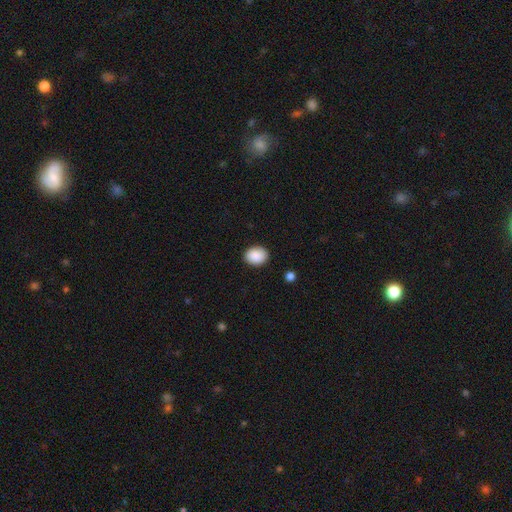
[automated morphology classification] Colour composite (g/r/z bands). It shows a smooth galaxy with no disk features (90%) that is in between round and cigar-shaped (55%). Merging: none (88%).